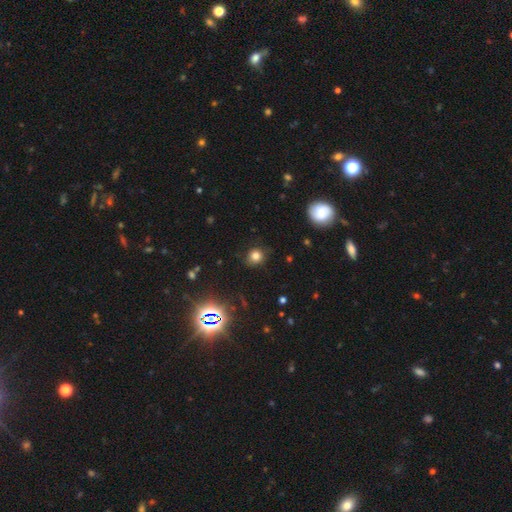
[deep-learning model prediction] Smooth or featured?
  - smooth: 75% *
  - star or artifact: 18%
  - featured or disk: 7%
How rounded?
  - round: 83% *
  - in between: 16%
  - cigar-shaped: 1%
Merging?
  - none: 85% *
  - minor disturbance: 10%
  - major disturbance: 3%
  - merger: 1%